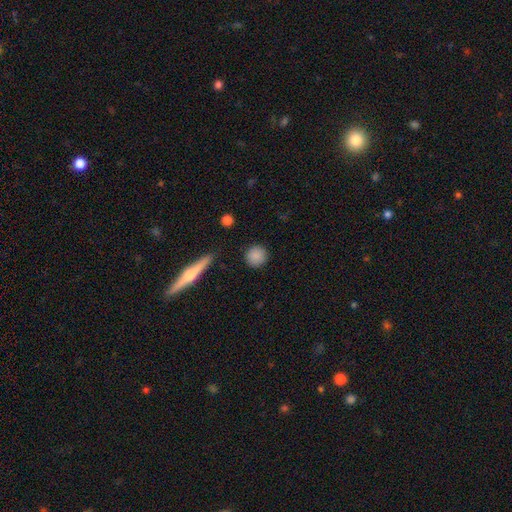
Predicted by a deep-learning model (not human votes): Smooth or featured? Predicted: smooth (p=0.87). How rounded? Predicted: round (p=0.93). Merging? Predicted: none (p=0.89).